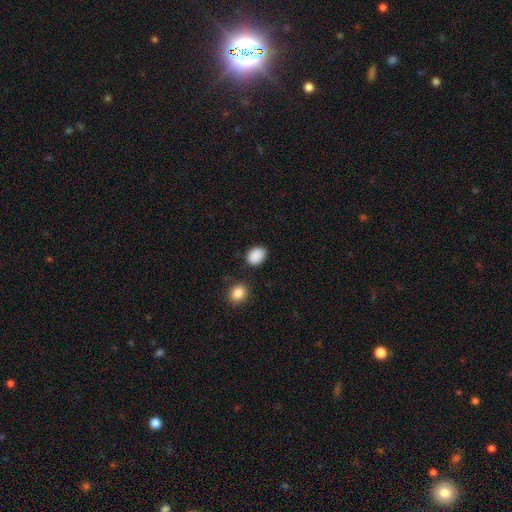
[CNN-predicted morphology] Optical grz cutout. It shows a smooth galaxy with no disk features (89%) that is in between round and cigar-shaped (69%). Merging: none (79%).